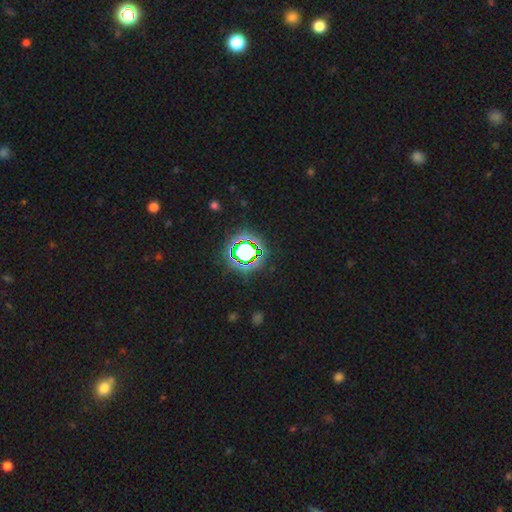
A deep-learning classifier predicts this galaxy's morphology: type=star or artifact (78%).